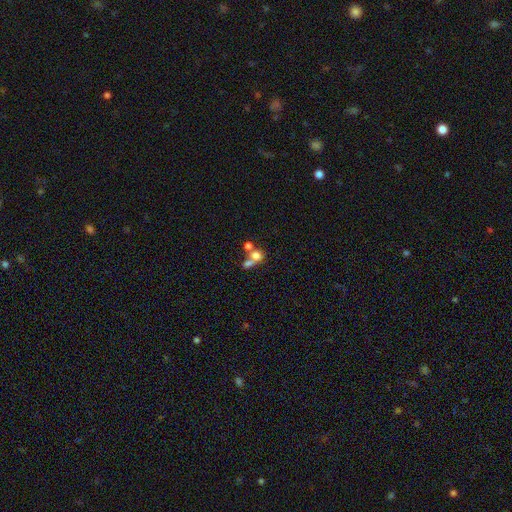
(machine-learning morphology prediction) Q: Smooth or featured?
A: smooth (67%); runner-up: featured or disk (20%)
Q: How rounded?
A: round (60%); runner-up: in between (38%)
Q: Merging?
A: merger (59%); runner-up: none (26%)